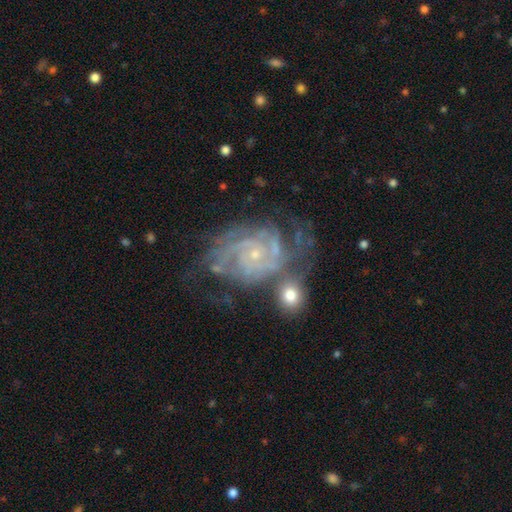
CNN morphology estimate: This appears to be a featured or disk galaxy (88%) with no bar (74%), tight (71%) spiral arms (97%) and a small central bulge (82%). Merging: none (50%).